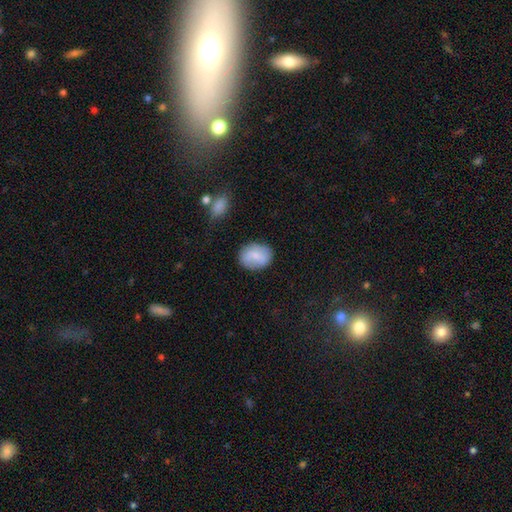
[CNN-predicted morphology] Smooth or featured? Predicted: smooth (p=0.71). How rounded? Predicted: in between (p=0.56). Merging? Predicted: none (p=0.78).